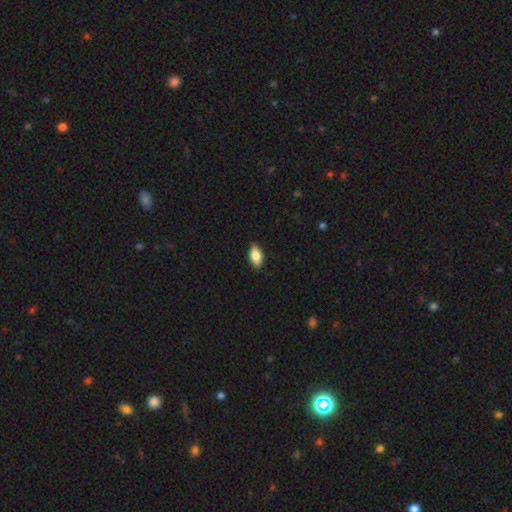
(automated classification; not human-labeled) This is likely a smooth galaxy (78%). How rounded: clearly in between (89%). Merging: clearly none (87%).